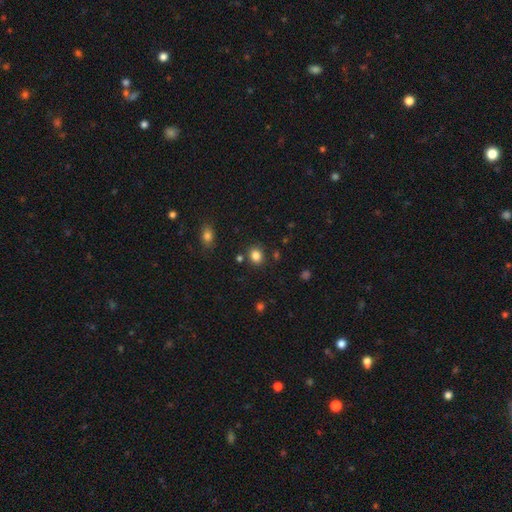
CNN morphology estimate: This appears to be a smooth galaxy with no disk features (84%) that is round (64%). Merging: none (84%).